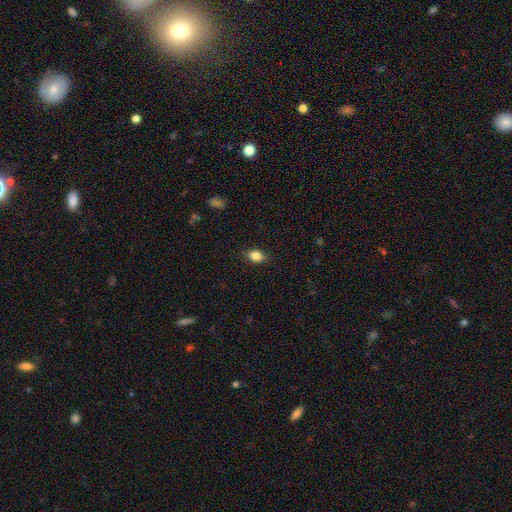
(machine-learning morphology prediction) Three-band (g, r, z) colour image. It shows a smooth galaxy with no disk features (85%) that is in between round and cigar-shaped (61%). Merging: none (87%).